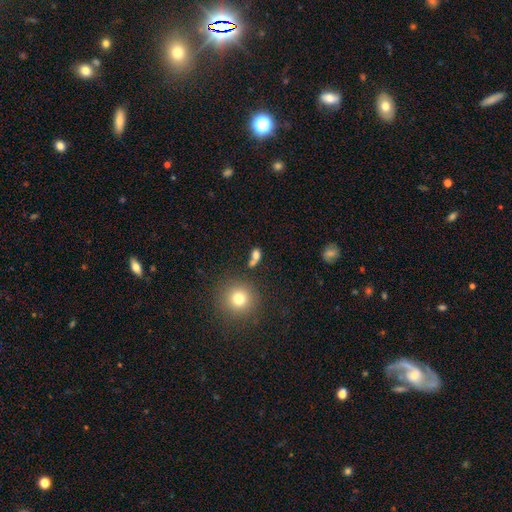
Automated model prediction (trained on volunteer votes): Smooth or featured: smooth — 74% (star or artifact — 15%)
How rounded: in between — 60% (round — 35%)
Merging: none — 46% (merger — 33%)